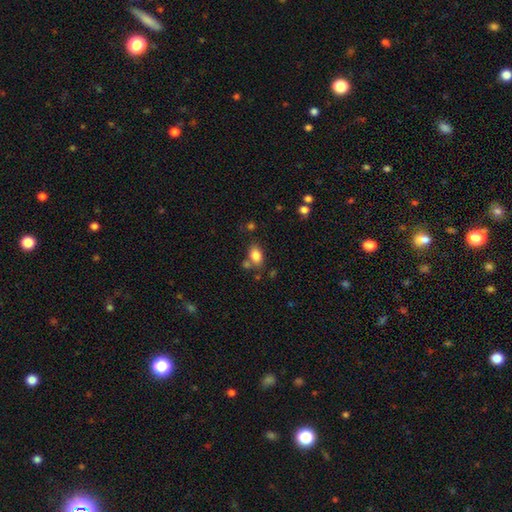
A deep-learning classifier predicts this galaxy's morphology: Smooth or featured? smooth (84%)
How rounded? in between (83%)
Merging? none (62%)